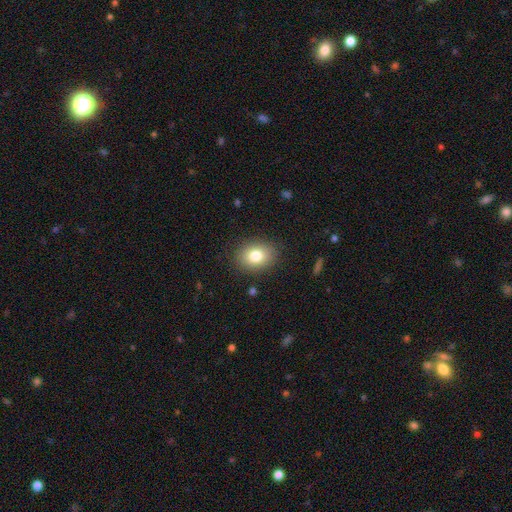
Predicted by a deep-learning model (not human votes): Overall: smooth (81%). How rounded: in between (61%; round 38%). Merging: none (87%).